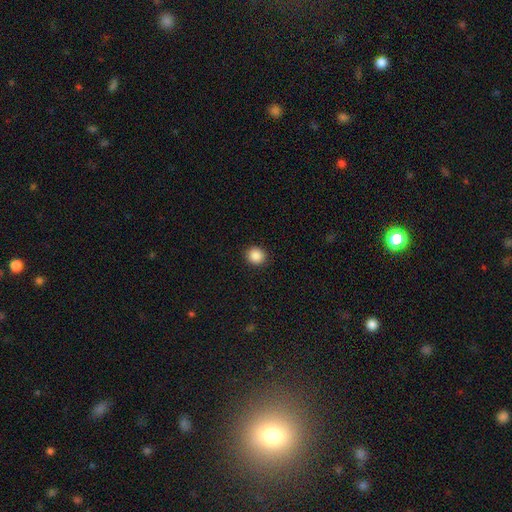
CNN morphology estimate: Smooth or featured? Predicted: smooth (p=0.88). How rounded? Predicted: round (p=0.87). Merging? Predicted: none (p=0.91).